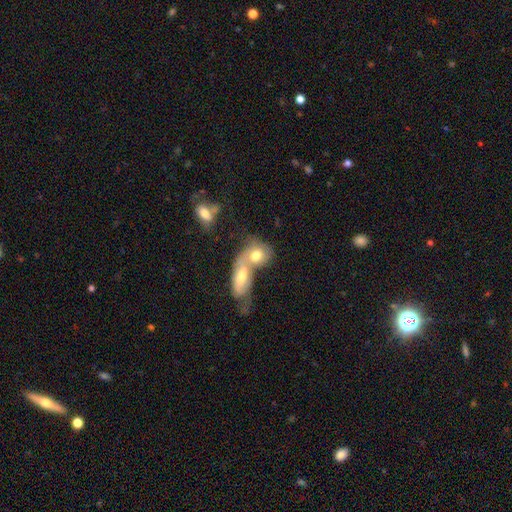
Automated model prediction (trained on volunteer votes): This is likely a smooth galaxy (64%). How rounded: likely in between (68%). Merging: likely merger (70%).